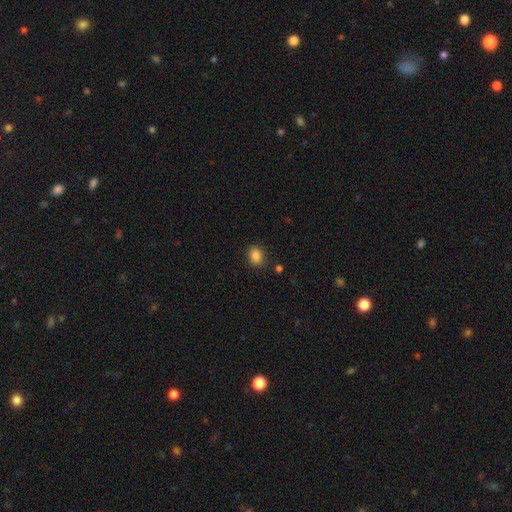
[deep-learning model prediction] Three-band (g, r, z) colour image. It shows a smooth galaxy with no disk features (86%) that is round (53%). Merging: none (86%).